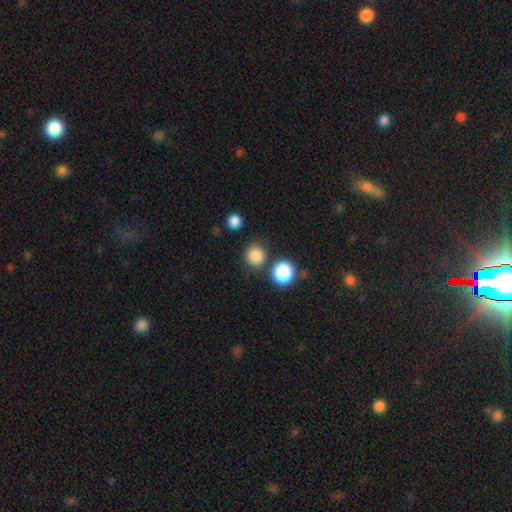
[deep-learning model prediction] Smooth or featured? Predicted: smooth (p=0.84). How rounded? Predicted: round (p=0.91). Merging? Predicted: none (p=0.80).